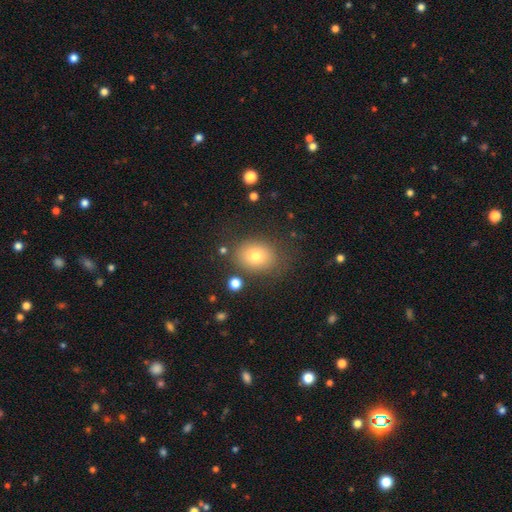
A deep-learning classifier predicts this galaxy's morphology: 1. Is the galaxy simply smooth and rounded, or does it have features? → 75% smooth, 12% featured or disk, 12% star or artifact.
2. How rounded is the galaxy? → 50% in between, 49% round, 1% cigar-shaped.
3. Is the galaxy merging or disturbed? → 77% none, 14% minor disturbance, 6% major disturbance, 4% merger.